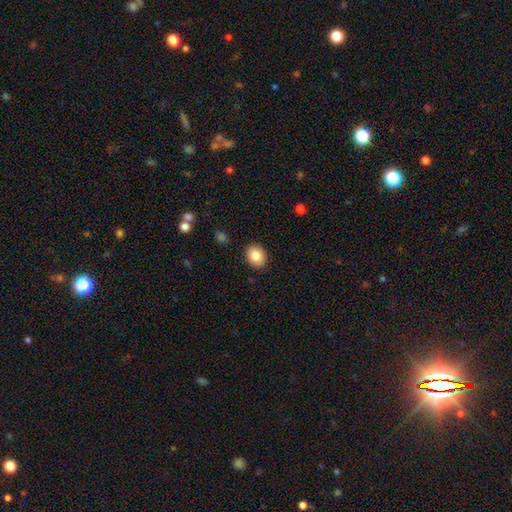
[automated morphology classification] Smooth or featured?
  - smooth: 84% *
  - star or artifact: 8%
  - featured or disk: 8%
How rounded?
  - in between: 61% *
  - round: 38%
  - cigar-shaped: 1%
Merging?
  - none: 89% *
  - minor disturbance: 8%
  - major disturbance: 2%
  - merger: 1%